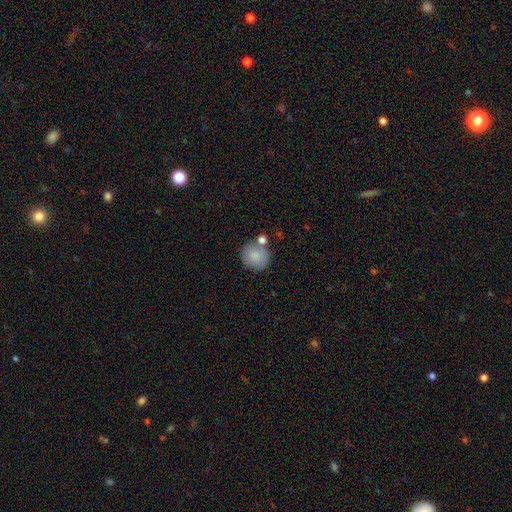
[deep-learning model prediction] smooth 84%, featured or disk 8%, star or artifact 8%. Down the decision tree: how rounded — round (86%); merging — none (65%).